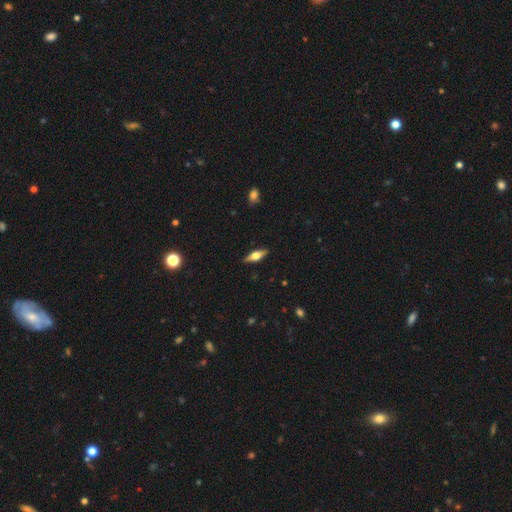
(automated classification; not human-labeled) Smooth or featured: featured or disk — 60% (smooth — 33%)
Edge-on disk: yes — 95% (no — 5%)
Edge-on bulge: rounded — 92% (boxy — 6%)
Merging: none — 89% (minor disturbance — 8%)